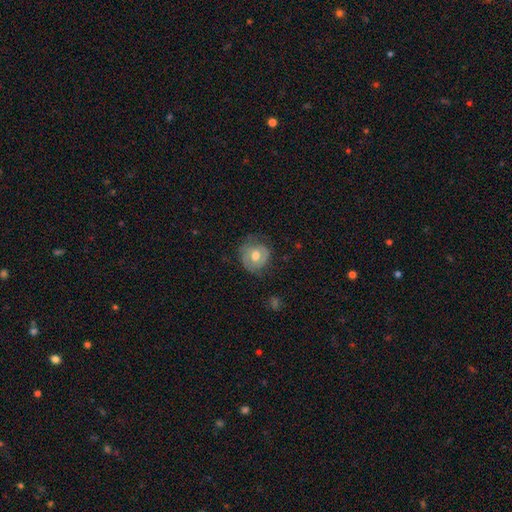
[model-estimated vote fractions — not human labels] Smooth or featured? smooth (47%)
Merging? none (67%)